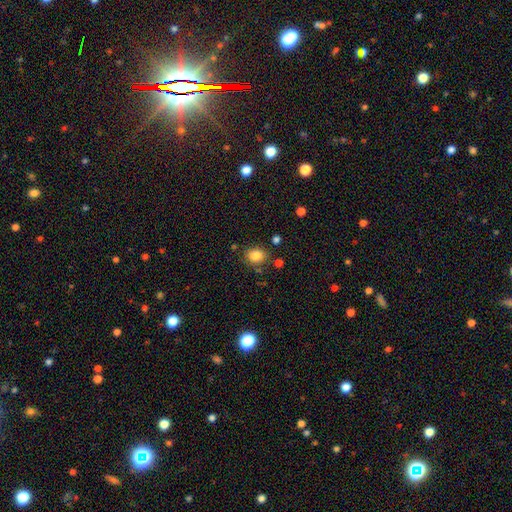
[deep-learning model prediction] A smooth galaxy with no disk features (84%) that is round (54%).

Vote fractions:
- Smooth or featured? smooth: 84% / star or artifact: 11% / featured or disk: 5%
- How rounded? round: 54% / in between: 45% / cigar-shaped: 1%
- Merging? none: 79% / minor disturbance: 12% / merger: 5% / major disturbance: 4%